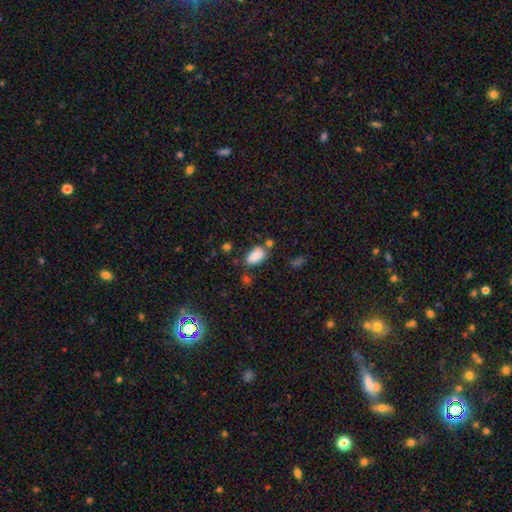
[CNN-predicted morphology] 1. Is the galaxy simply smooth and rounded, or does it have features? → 86% smooth, 8% star or artifact, 6% featured or disk.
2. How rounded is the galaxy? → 92% in between, 4% round, 4% cigar-shaped.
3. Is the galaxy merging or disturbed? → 63% none, 19% minor disturbance, 13% merger, 5% major disturbance.